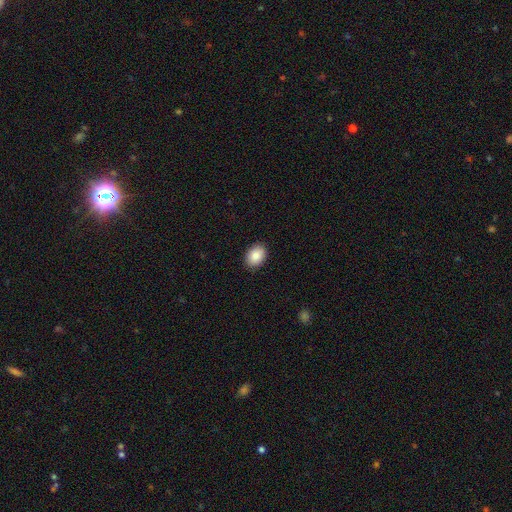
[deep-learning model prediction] smooth 87%, star or artifact 7%, featured or disk 6%. Down the decision tree: how rounded — in between (75%); merging — none (90%).